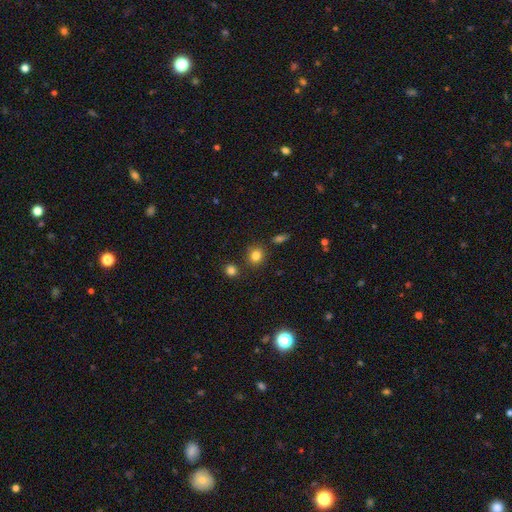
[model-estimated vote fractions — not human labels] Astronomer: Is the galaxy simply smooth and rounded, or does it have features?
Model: smooth — 82%.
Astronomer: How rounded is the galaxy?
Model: round — 82%.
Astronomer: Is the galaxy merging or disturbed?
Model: none — 81%.